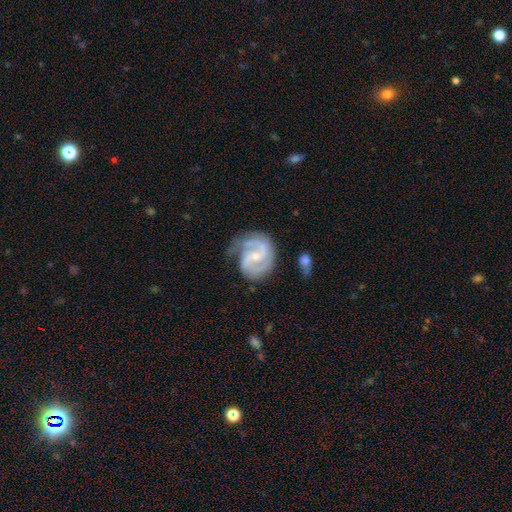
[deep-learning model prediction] Smooth or featured? featured or disk (89%)
Edge-on disk? no (98%)
Bar? weak (48%)
Spiral arms? yes (97%)
Spiral winding? medium (52%)
Spiral arm count? 2 (80%)
Bulge size? small (61%)
Merging? none (58%)